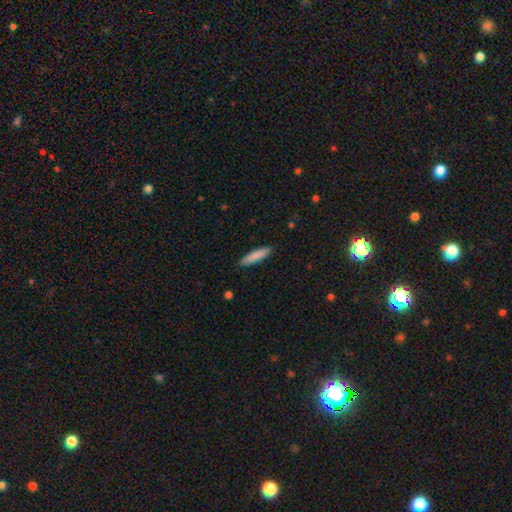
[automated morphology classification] Overall: smooth (85%). How rounded: cigar-shaped (80%). Merging: none (89%).